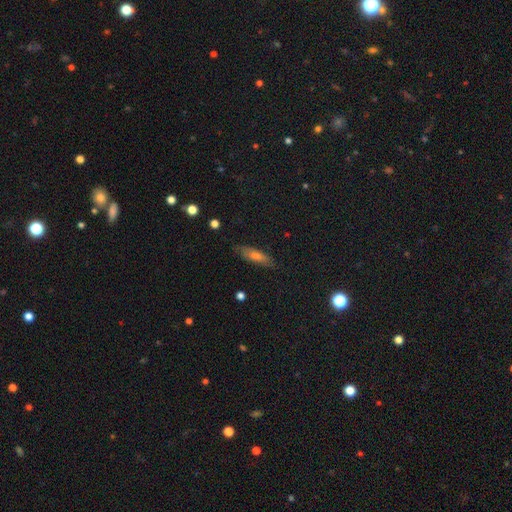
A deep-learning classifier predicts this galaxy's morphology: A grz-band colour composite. It shows a smooth galaxy with no disk features (55%) that is cigar-shaped (56%). Merging: none (82%).